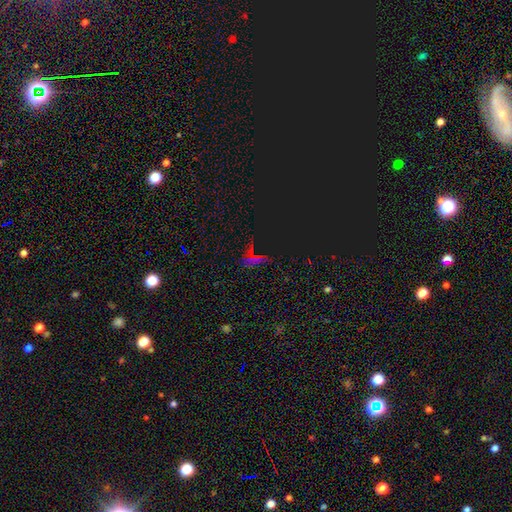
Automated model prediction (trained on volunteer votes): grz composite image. It shows a star or artifact, not a galaxy (69%).